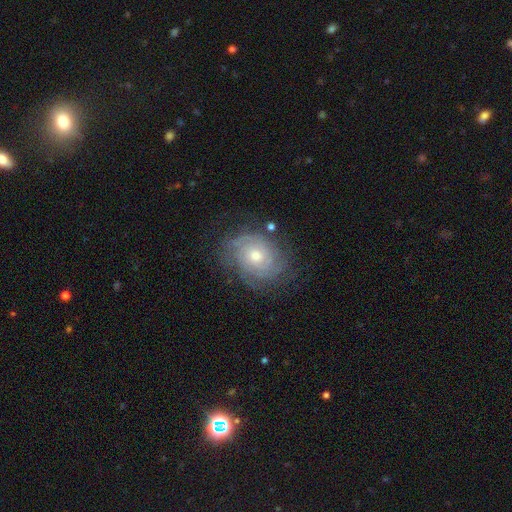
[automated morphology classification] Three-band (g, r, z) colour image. It shows a featured or disk galaxy (79%) with no bar (81%), tight (73%) spiral arms (93%) and a moderate central bulge (59%). Merging: none (75%).